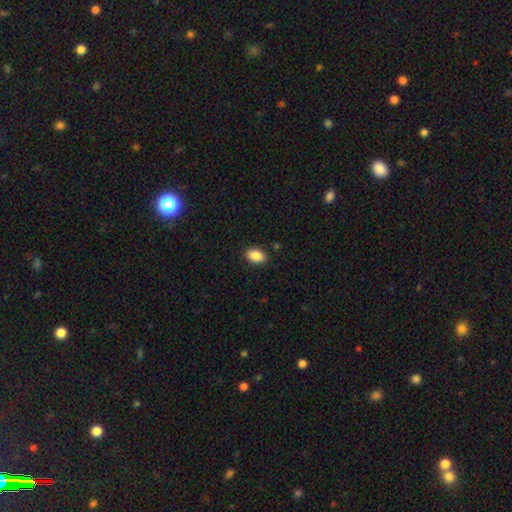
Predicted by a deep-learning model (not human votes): smooth-or-featured: smooth: 89% | star or artifact: 8% | featured or disk: 4%
  how-rounded: in between: 90% | round: 9% | cigar-shaped: 1%
  merging: none: 89% | minor disturbance: 8% | major disturbance: 2% | merger: 1%